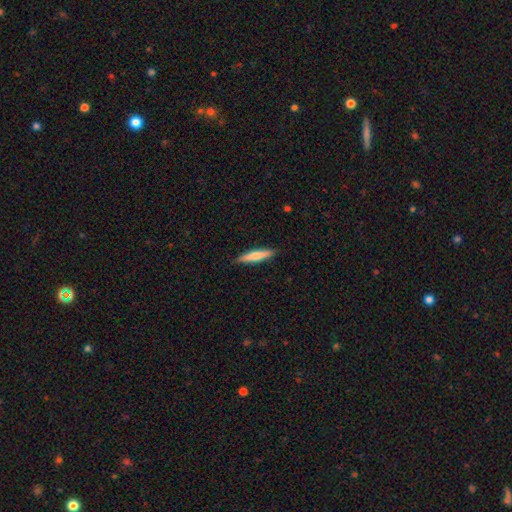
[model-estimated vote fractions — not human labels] A smooth galaxy with no disk features (71%) that is cigar-shaped (87%). Merging: none (89%).